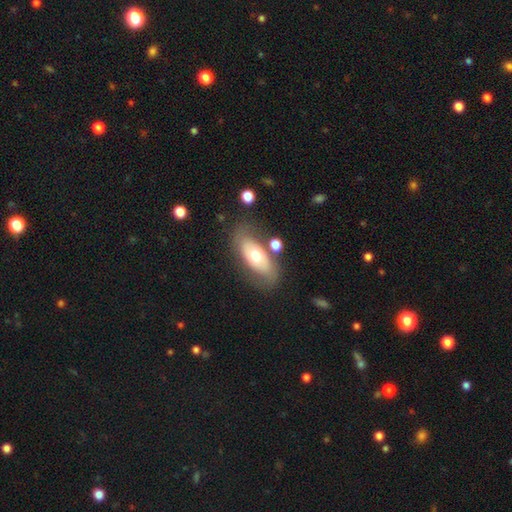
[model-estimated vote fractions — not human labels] Overall: smooth (54%; featured or disk 39%). How rounded: in between (86%). Merging: none (69%).